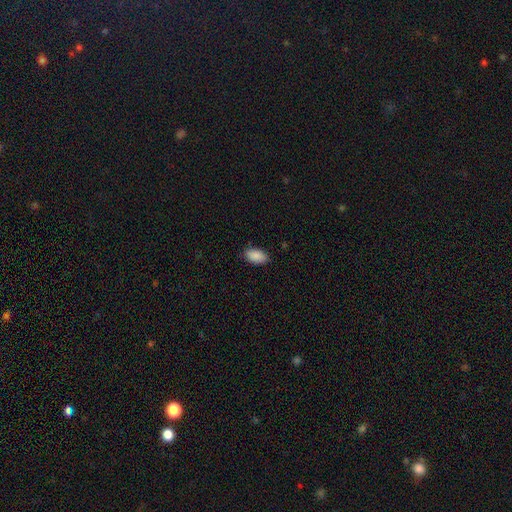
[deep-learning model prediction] Smooth or featured? Predicted: smooth (p=0.90). How rounded? Predicted: in between (p=0.93). Merging? Predicted: none (p=0.84).